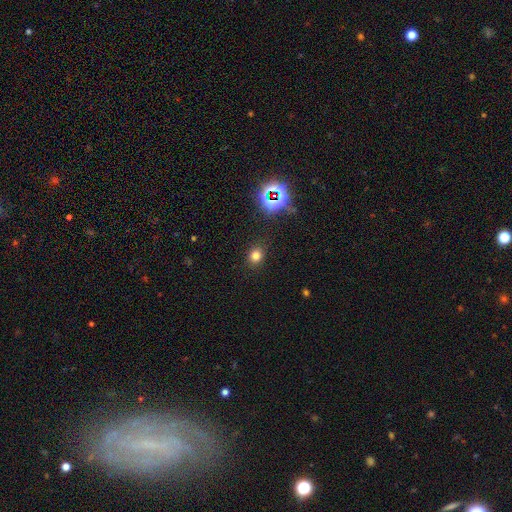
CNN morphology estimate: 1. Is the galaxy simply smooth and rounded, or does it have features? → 74% smooth, 20% star or artifact, 6% featured or disk.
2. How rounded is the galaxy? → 68% round, 31% in between, 1% cigar-shaped.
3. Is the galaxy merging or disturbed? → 86% none, 9% minor disturbance, 3% major disturbance, 2% merger.